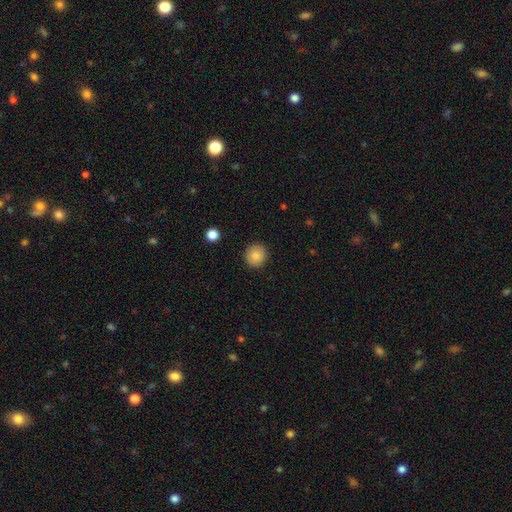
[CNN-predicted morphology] Smooth or featured: smooth — 84% (star or artifact — 9%)
How rounded: round — 91% (in between — 8%)
Merging: none — 91% (minor disturbance — 6%)